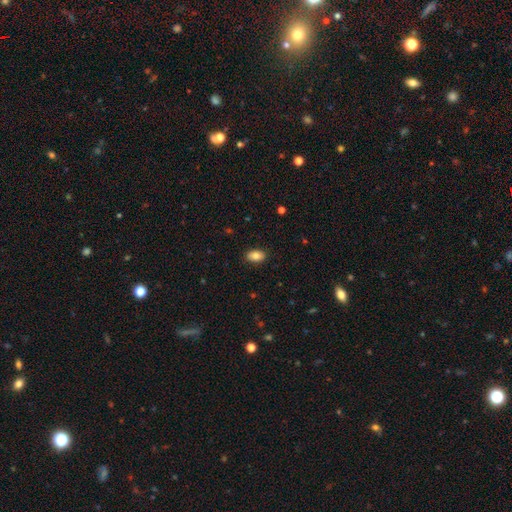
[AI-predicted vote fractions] A smooth galaxy with no disk features (83%) that is in between round and cigar-shaped (90%).

Vote fractions:
- Smooth or featured? smooth: 83% / featured or disk: 9% / star or artifact: 8%
- How rounded? in between: 90% / round: 8% / cigar-shaped: 2%
- Merging? none: 89% / minor disturbance: 9% / major disturbance: 2% / merger: 1%